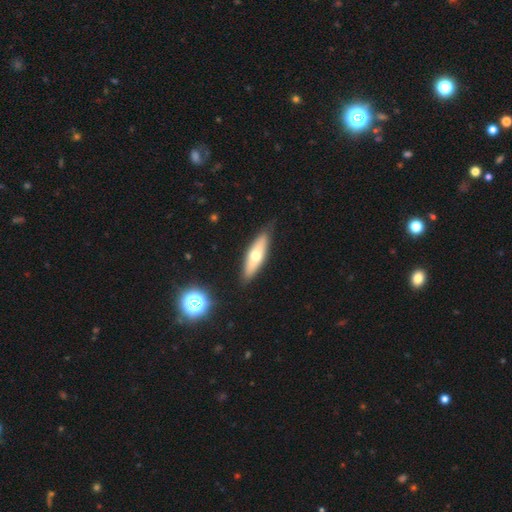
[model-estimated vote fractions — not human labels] Smooth or featured? Predicted: smooth (p=0.54). How rounded? Predicted: cigar-shaped (p=0.54). Merging? Predicted: none (p=0.83).